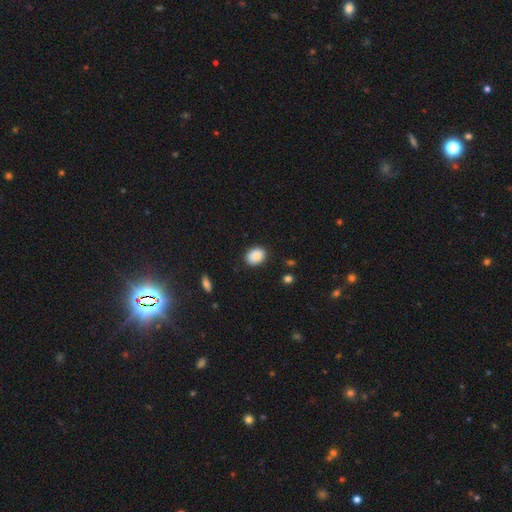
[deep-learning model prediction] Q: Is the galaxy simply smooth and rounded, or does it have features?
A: smooth — 88%.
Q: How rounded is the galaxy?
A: in between — 64%.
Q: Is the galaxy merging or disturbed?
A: none — 87%.